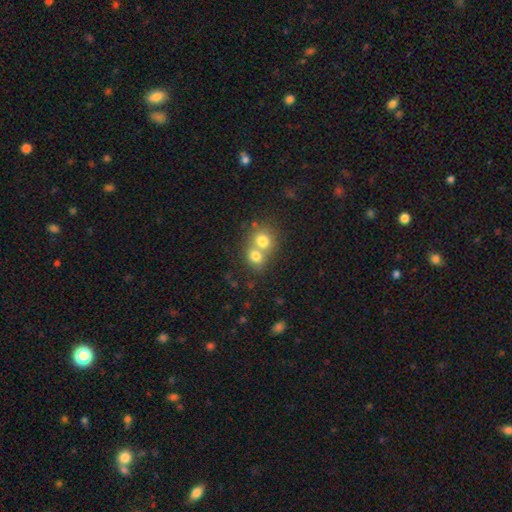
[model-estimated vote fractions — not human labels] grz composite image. It shows a smooth galaxy with no disk features (74%) that is round (71%). Merging: merger (64%).